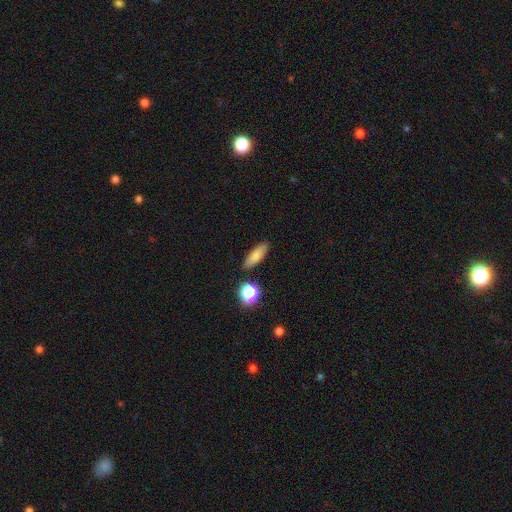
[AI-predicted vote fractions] A smooth galaxy with no disk features (80%) that is in between round and cigar-shaped (57%). Merging: none (85%).